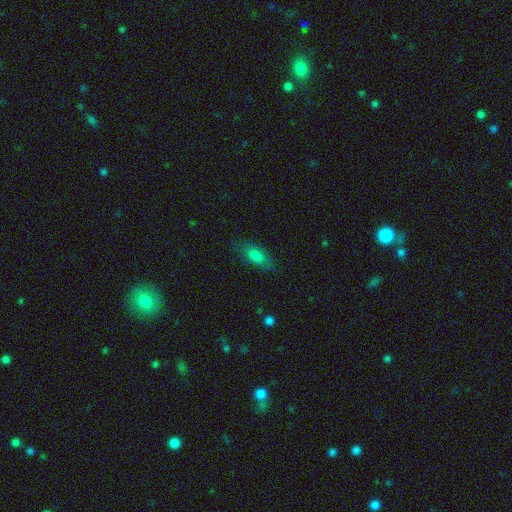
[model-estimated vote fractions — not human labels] A smooth galaxy with no disk features (81%) that is in between round and cigar-shaped (80%). Merging: none (79%).